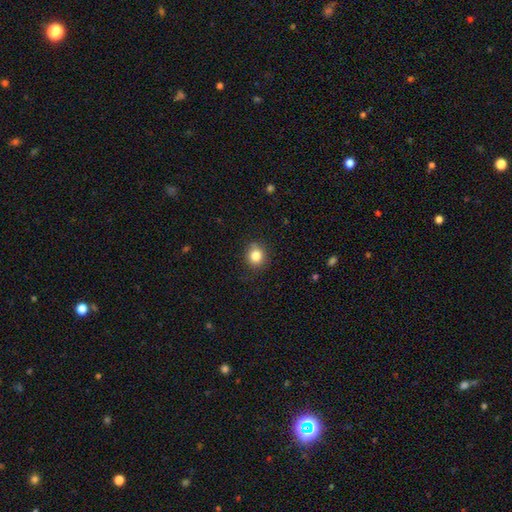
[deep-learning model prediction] This is clearly a smooth galaxy (83%). How rounded: likely round (80%). Merging: clearly none (84%).